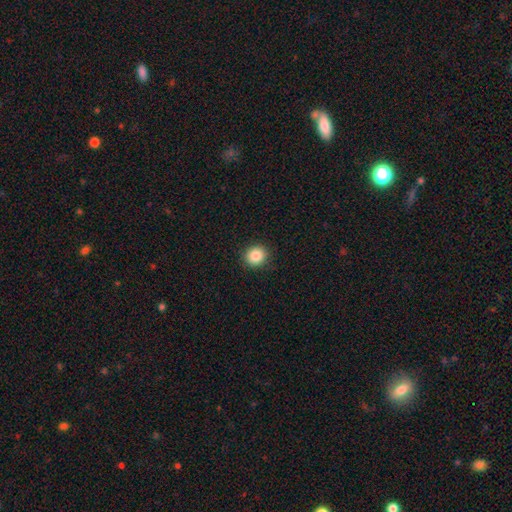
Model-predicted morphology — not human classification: This is clearly a smooth galaxy (86%). How rounded: clearly round (87%). Merging: clearly none (91%).